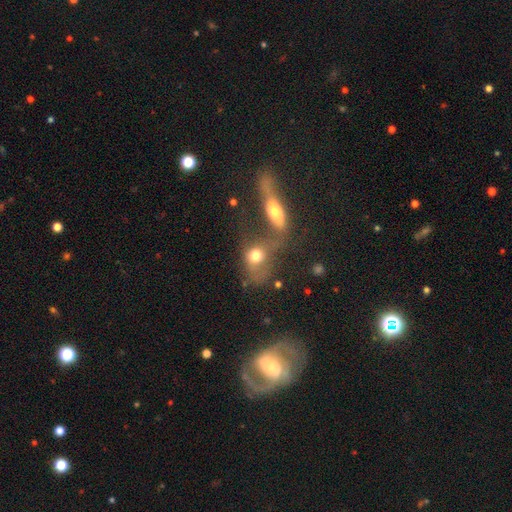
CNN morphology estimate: This appears to be a smooth galaxy with no disk features (65%) that is in between round and cigar-shaped (58%). Merging: merger (64%).